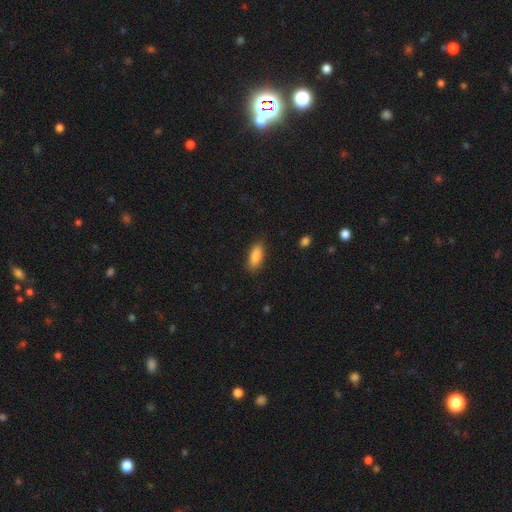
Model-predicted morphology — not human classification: Q: Smooth or featured?
A: smooth (88%); runner-up: star or artifact (6%)
Q: How rounded?
A: in between (79%); runner-up: cigar-shaped (19%)
Q: Merging?
A: none (85%); runner-up: minor disturbance (11%)